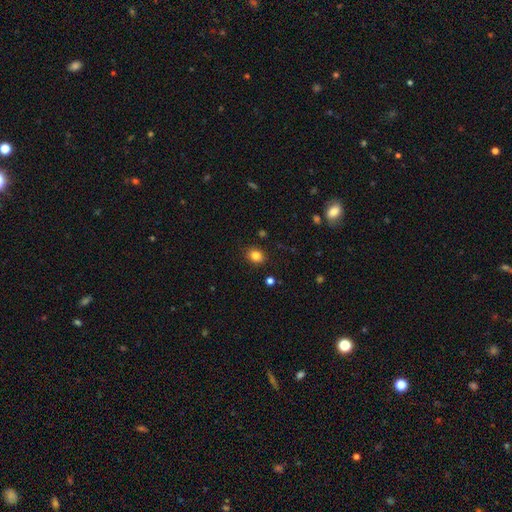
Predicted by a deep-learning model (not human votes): Smooth or featured? smooth (83%)
How rounded? in between (50%)
Merging? none (88%)